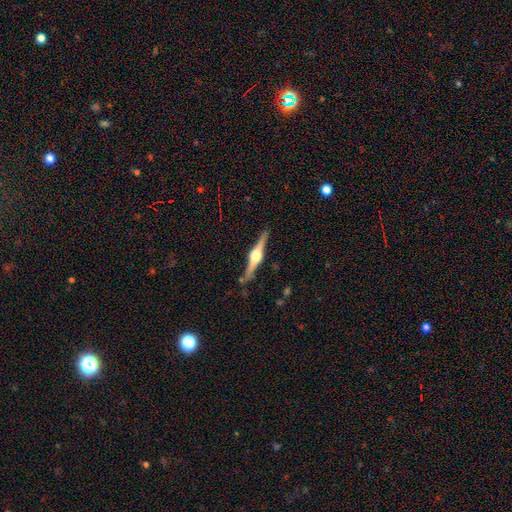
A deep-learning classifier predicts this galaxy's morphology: A featured or disk galaxy (84%) viewed edge-on (98%) with a rounded central bulge (95%). Merging: none (86%).